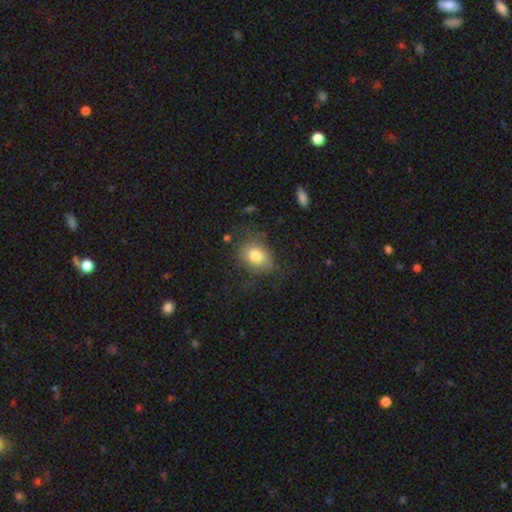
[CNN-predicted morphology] smooth_or_featured: smooth (p=0.78) [alt: featured or disk p=0.12]
how_rounded: in between (p=0.60) [alt: round p=0.39]
merging: none (p=0.69) [alt: minor disturbance p=0.20]